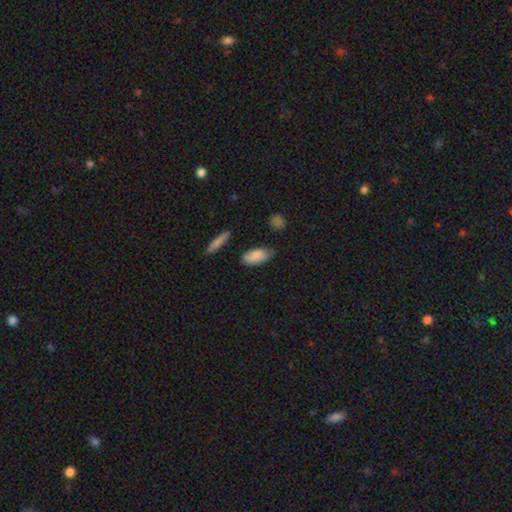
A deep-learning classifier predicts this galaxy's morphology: smooth-or-featured: smooth: 85% | featured or disk: 9% | star or artifact: 6%
  how-rounded: in between: 89% | cigar-shaped: 9% | round: 2%
  merging: none: 75% | minor disturbance: 19% | major disturbance: 4% | merger: 3%